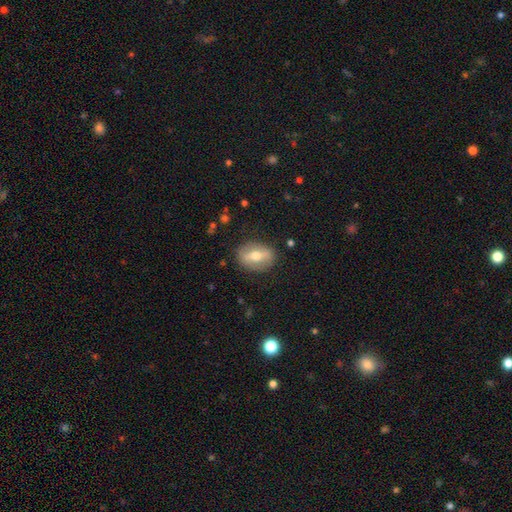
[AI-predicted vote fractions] smooth-or-featured: smooth: 50% | featured or disk: 42% | star or artifact: 7%
  how-rounded: in between: 72% | round: 25% | cigar-shaped: 3%
  merging: none: 84% | minor disturbance: 11% | major disturbance: 3% | merger: 1%